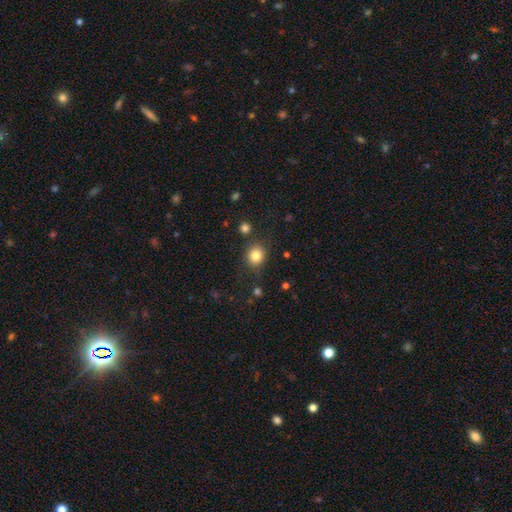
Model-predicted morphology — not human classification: The model was most divided on "how rounded": round: 77%, in between: 23%, cigar-shaped: 1%. More confident: smooth or featured — smooth (83%); merging — none (80%).